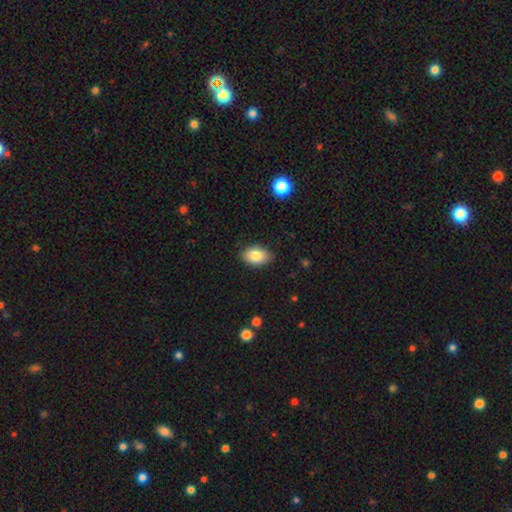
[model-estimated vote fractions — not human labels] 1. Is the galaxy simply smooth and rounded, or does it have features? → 85% smooth, 8% featured or disk, 7% star or artifact.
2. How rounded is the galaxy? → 89% in between, 10% round, 1% cigar-shaped.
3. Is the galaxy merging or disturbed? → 84% none, 12% minor disturbance, 2% major disturbance, 1% merger.